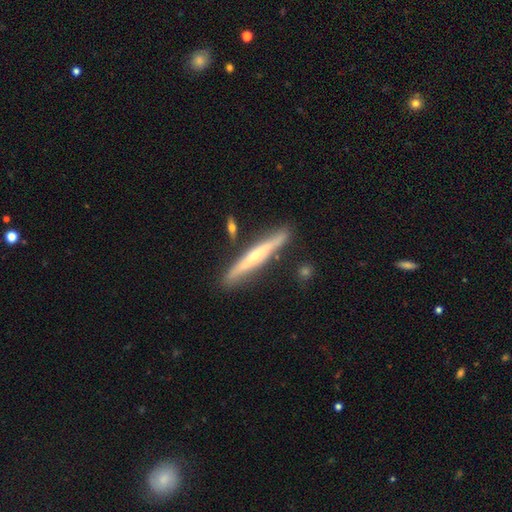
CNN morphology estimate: A featured or disk galaxy (61%) viewed edge-on (94%) with a rounded central bulge (63%).

Vote fractions:
- Smooth or featured? featured or disk: 61% / smooth: 33% / star or artifact: 6%
- Edge-on disk? yes: 94% / no: 6%
- Edge-on bulge? rounded: 63% / none: 31% / boxy: 6%
- Merging? none: 83% / minor disturbance: 11% / merger: 4% / major disturbance: 2%